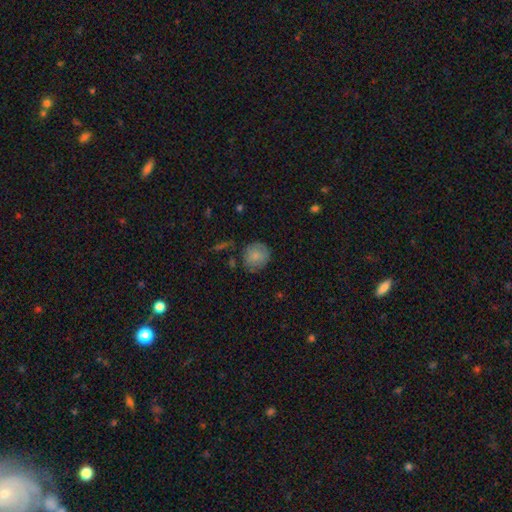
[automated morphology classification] Smooth or featured: smooth — 81% (featured or disk — 11%)
How rounded: round — 85% (in between — 13%)
Merging: none — 74% (minor disturbance — 18%)